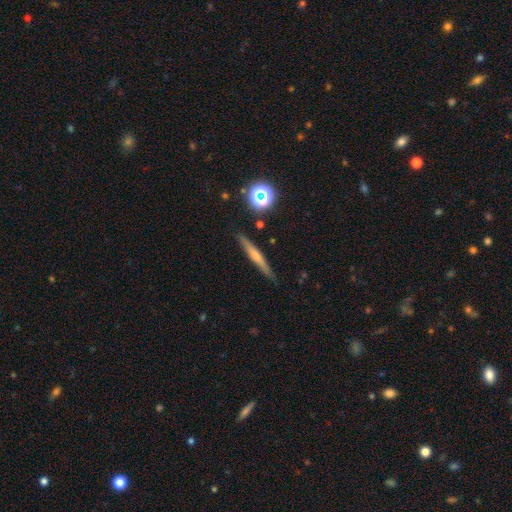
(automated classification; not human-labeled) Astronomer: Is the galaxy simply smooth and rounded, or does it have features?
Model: featured or disk — 46% (runner-up: smooth, 43%).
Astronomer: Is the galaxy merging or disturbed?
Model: none — 87%.